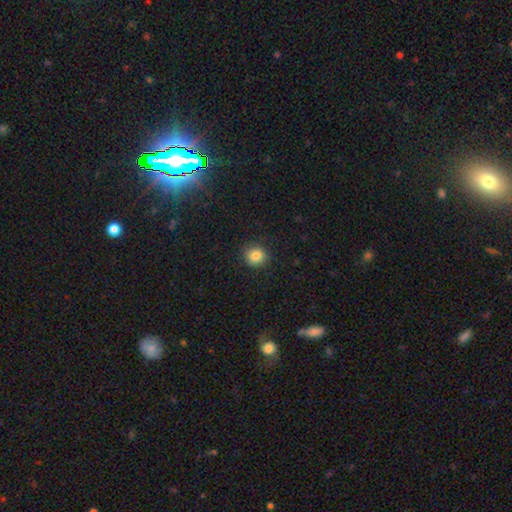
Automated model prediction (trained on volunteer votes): smooth_or_featured: smooth (p=0.84) [alt: star or artifact p=0.11]
how_rounded: round (p=0.84) [alt: in between p=0.15]
merging: none (p=0.88) [alt: minor disturbance p=0.08]